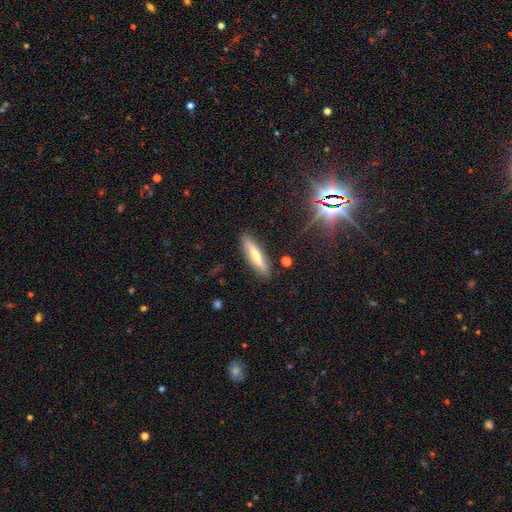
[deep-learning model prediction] Q: Smooth or featured?
A: smooth (48%); runner-up: featured or disk (43%)
Q: Merging?
A: none (87%); runner-up: minor disturbance (9%)